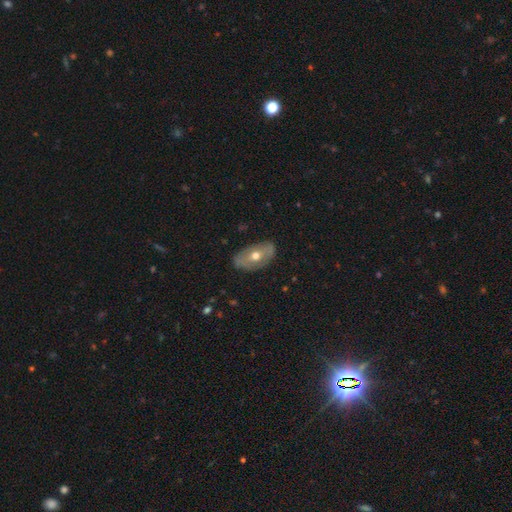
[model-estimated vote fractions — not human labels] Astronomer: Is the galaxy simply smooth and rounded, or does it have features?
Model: smooth — 48% (runner-up: featured or disk, 46%).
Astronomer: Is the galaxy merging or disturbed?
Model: none — 81%.